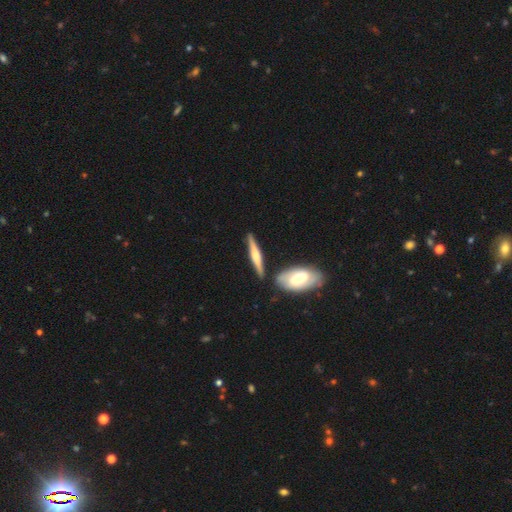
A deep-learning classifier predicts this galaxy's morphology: smooth-or-featured: featured or disk: 63% | smooth: 32% | star or artifact: 5%
  disk-edge-on: yes: 96% | no: 4%
    edge-on-bulge: rounded: 79% | boxy: 13% | none: 9%
  merging: none: 82% | minor disturbance: 10% | merger: 7% | major disturbance: 2%